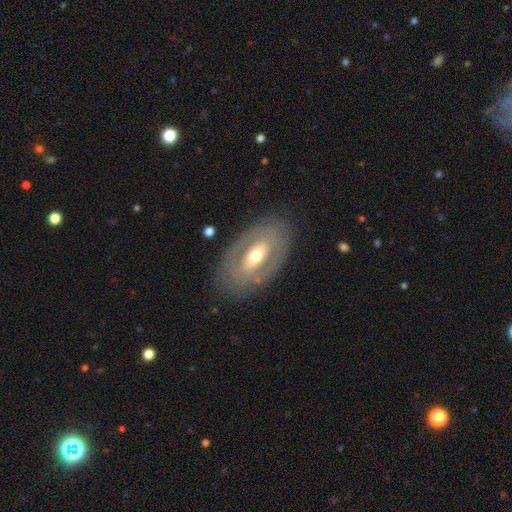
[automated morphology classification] Overall: featured or disk (68%). Edge-on disk: no (90%). Bar: no (39%; weak 35%). Spiral arms: no (61%; yes 39%). Bulge size: moderate (62%; small 29%). Merging: none (82%).